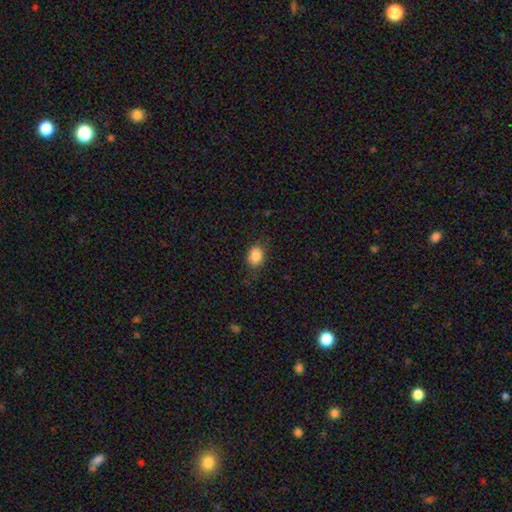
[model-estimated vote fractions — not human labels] Smooth or featured?
  - smooth: 85% *
  - star or artifact: 9%
  - featured or disk: 5%
How rounded?
  - in between: 57% *
  - round: 42%
  - cigar-shaped: 1%
Merging?
  - none: 76% *
  - minor disturbance: 18%
  - major disturbance: 5%
  - merger: 1%